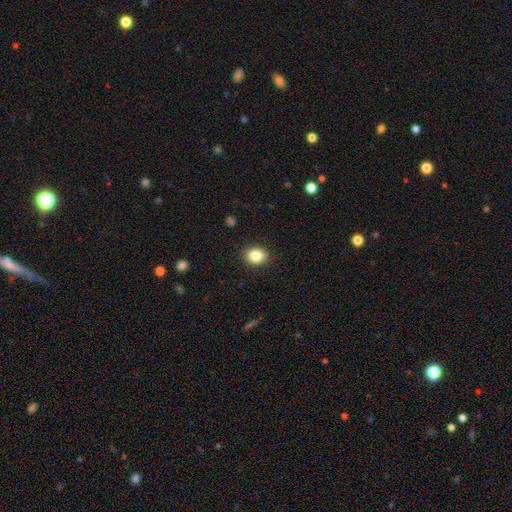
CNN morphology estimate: type=smooth (85%); roundness=in between (54%); merging=none (90%).